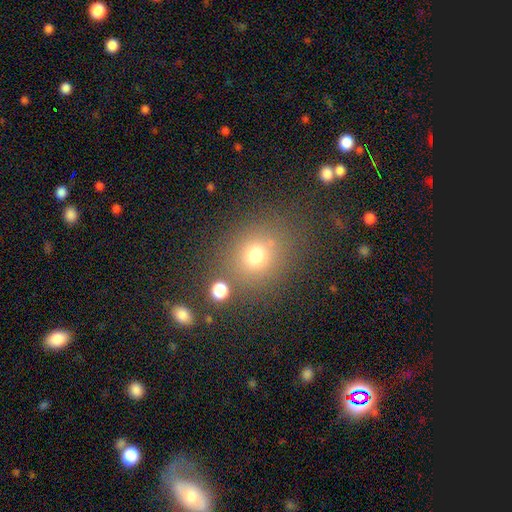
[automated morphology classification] smooth-or-featured: smooth: 72% | star or artifact: 18% | featured or disk: 10%
  how-rounded: round: 78% | in between: 21% | cigar-shaped: 1%
  merging: none: 77% | minor disturbance: 11% | merger: 6% | major disturbance: 5%